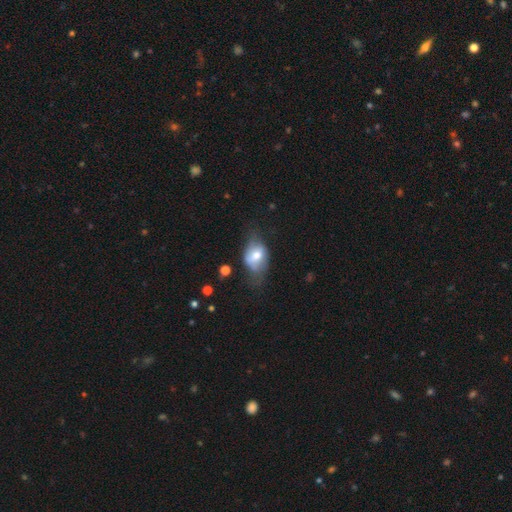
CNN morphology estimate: Smooth or featured? smooth (51%)
How rounded? in between (80%)
Merging? none (42%)